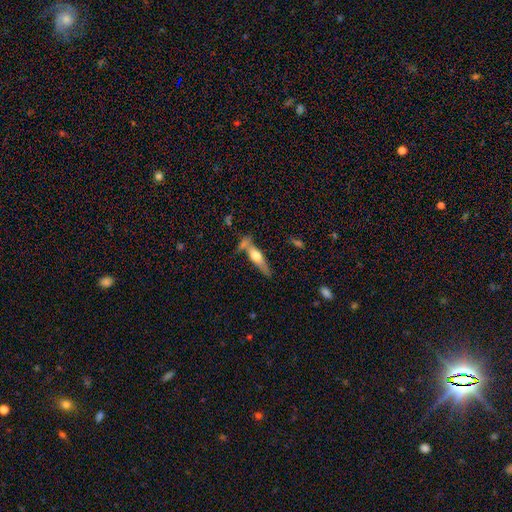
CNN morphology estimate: This appears to be a featured or disk galaxy (50%). Merging: none (58%).